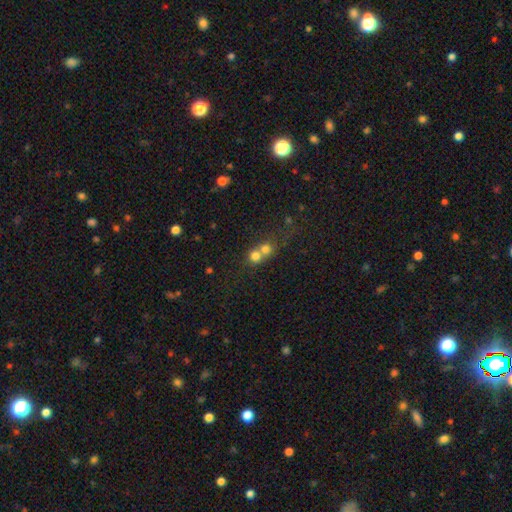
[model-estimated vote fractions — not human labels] This is likely a smooth galaxy (73%). How rounded: clearly round (84%). Merging: likely merger (66%).